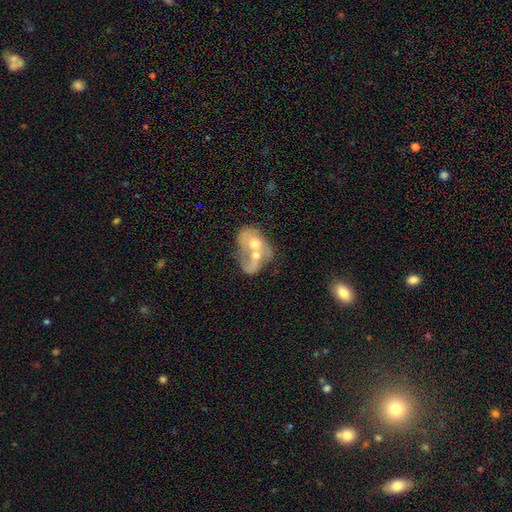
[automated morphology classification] This appears to be a featured or disk galaxy (52%) with no bar (82%), no spiral arms (70%) and a moderate central bulge (68%). Merging: merger (78%).